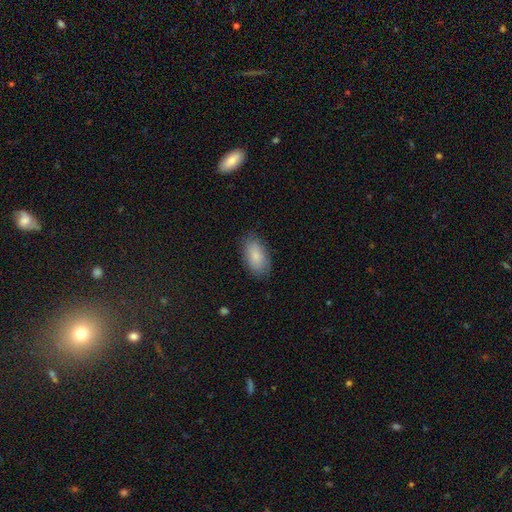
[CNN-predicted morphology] smooth_or_featured: smooth (p=0.84) [alt: featured or disk p=0.09]
how_rounded: in between (p=0.93) [alt: round p=0.04]
merging: none (p=0.82) [alt: minor disturbance p=0.14]